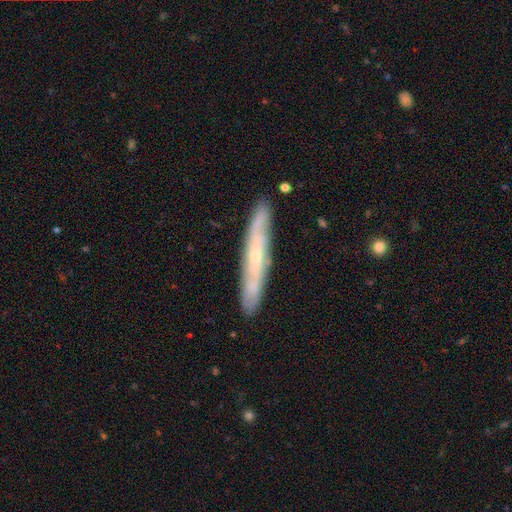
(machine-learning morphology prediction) This is likely a featured or disk galaxy (62%). It is likely viewed edge-on (72%). Merging: clearly none (87%).